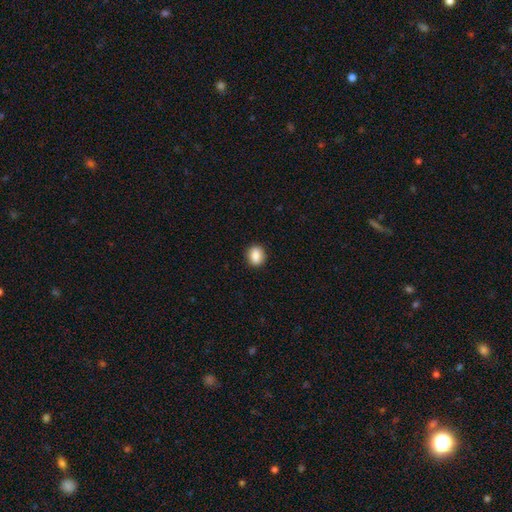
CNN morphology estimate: This is clearly a smooth galaxy (87%). How rounded: possibly round (52%). Merging: clearly none (90%).